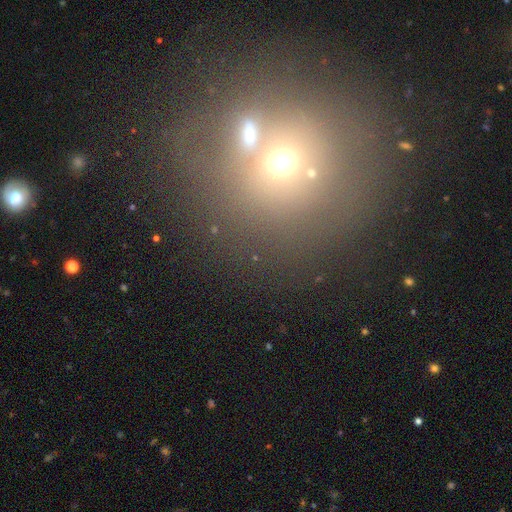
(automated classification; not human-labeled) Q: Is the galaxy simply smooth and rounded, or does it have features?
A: smooth — 51%.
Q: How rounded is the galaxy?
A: round — 88%.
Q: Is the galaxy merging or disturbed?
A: none — 55%.